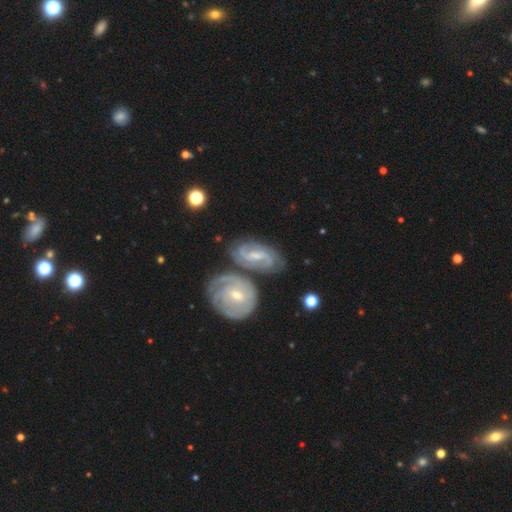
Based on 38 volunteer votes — This appears to be a featured or disk galaxy (92%) with a weak bar (60%), 2 (88%) medium (65%) spiral arms (97%) and a small central bulge (51%). Merging: none (78%).